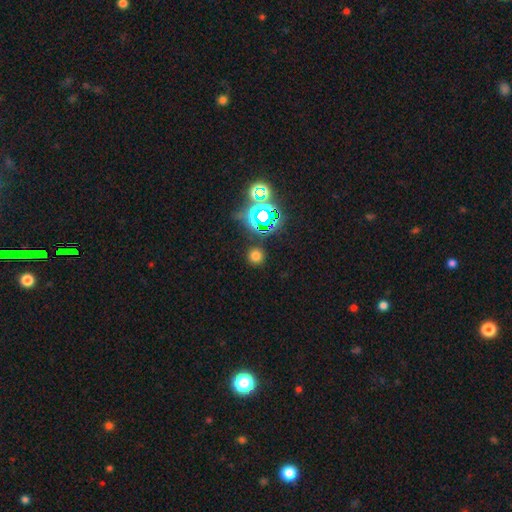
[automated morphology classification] Q: Smooth or featured?
A: smooth (65%); runner-up: star or artifact (28%)
Q: How rounded?
A: round (92%); runner-up: in between (6%)
Q: Merging?
A: none (86%); runner-up: minor disturbance (7%)